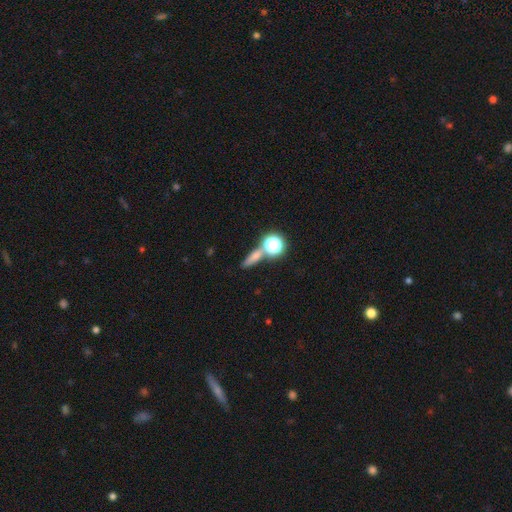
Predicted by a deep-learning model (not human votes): Morphology: type=smooth (58%); roundness=cigar-shaped (44%); merging=none (67%).